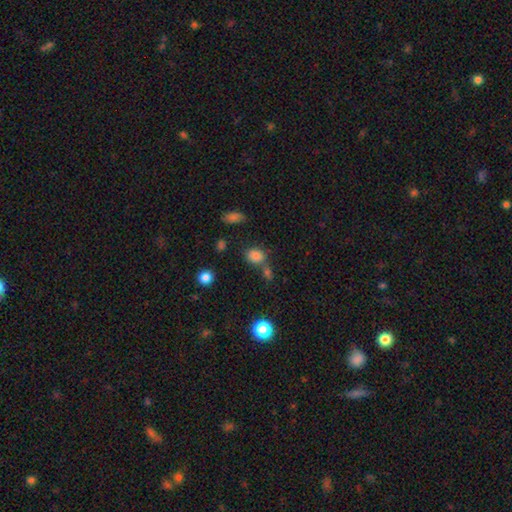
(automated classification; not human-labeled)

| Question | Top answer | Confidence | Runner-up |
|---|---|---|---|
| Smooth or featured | smooth | 78% | star or artifact (14%) |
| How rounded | in between | 51% | round (48%) |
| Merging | none | 58% | merger (24%) |